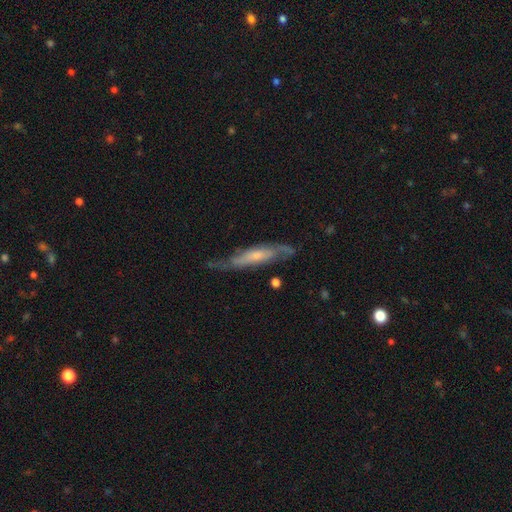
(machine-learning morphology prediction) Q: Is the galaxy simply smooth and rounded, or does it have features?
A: featured or disk — 70%.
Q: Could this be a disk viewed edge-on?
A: no — 55%.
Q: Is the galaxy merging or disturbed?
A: none — 60%.